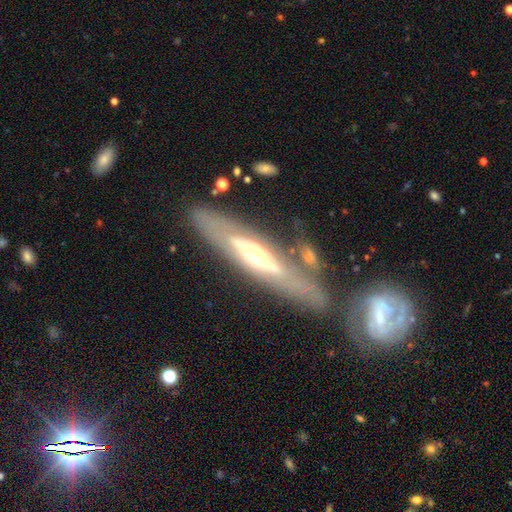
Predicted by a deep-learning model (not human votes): Smooth or featured? Predicted: featured or disk (p=0.75). Edge-on disk? Predicted: yes (p=0.54). Merging? Predicted: none (p=0.64).